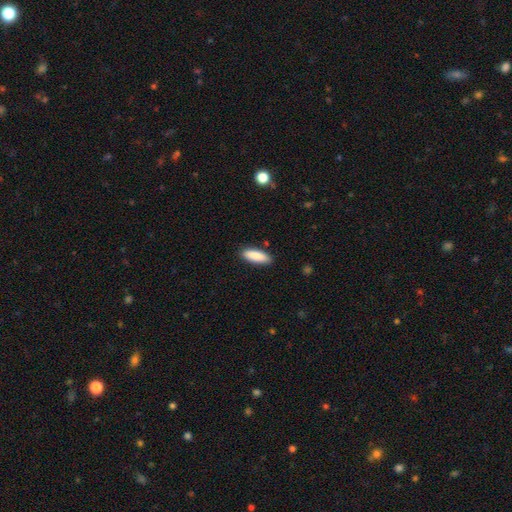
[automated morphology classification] A smooth galaxy with no disk features (88%) that is in between round and cigar-shaped (65%). Merging: none (87%).